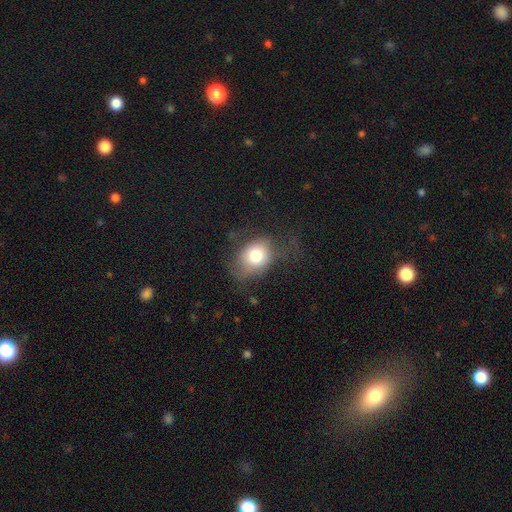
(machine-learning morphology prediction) smooth_or_featured: smooth (p=0.75) [alt: featured or disk p=0.15]
how_rounded: in between (p=0.55) [alt: round p=0.44]
merging: none (p=0.49) [alt: minor disturbance p=0.27]